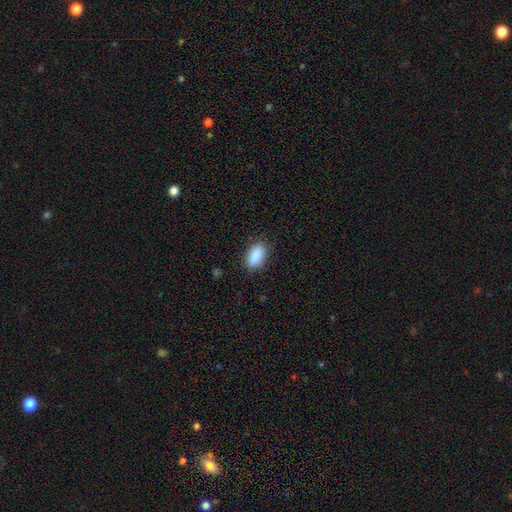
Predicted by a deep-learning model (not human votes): Morphology: type=smooth (89%); roundness=in between (90%); merging=none (86%).